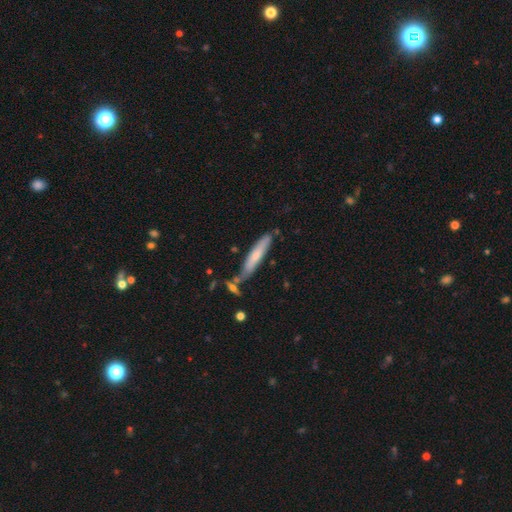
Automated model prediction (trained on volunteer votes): Smooth or featured: smooth — 58% (featured or disk — 35%)
How rounded: cigar-shaped — 90% (in between — 8%)
Merging: none — 71% (minor disturbance — 17%)